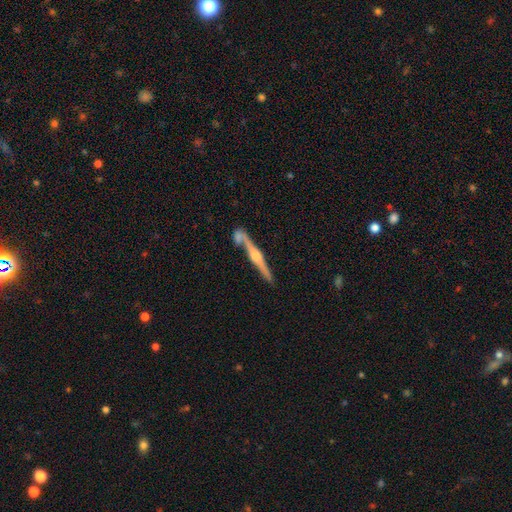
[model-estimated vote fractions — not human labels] This appears to be a featured or disk galaxy (81%) viewed edge-on (97%) with a rounded central bulge (88%). Merging: none (71%).